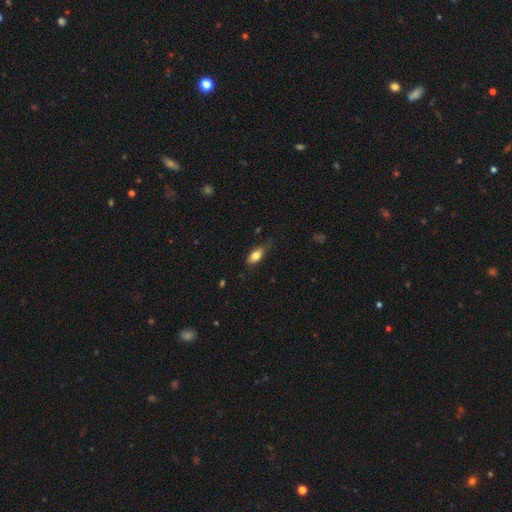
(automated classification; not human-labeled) This appears to be a smooth galaxy with no disk features (79%) that is in between round and cigar-shaped (85%). Merging: none (68%).